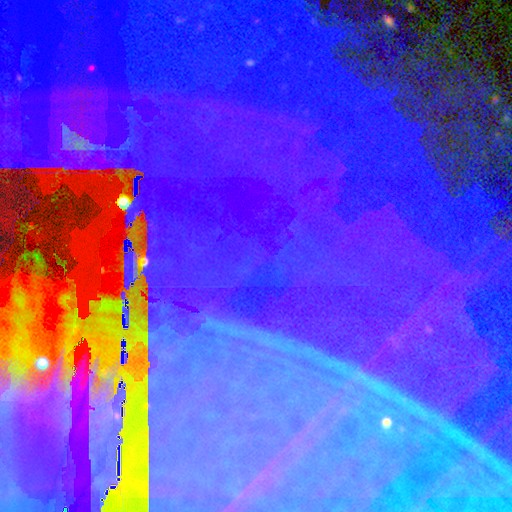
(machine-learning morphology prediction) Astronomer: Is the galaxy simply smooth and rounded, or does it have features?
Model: star or artifact — 84%.